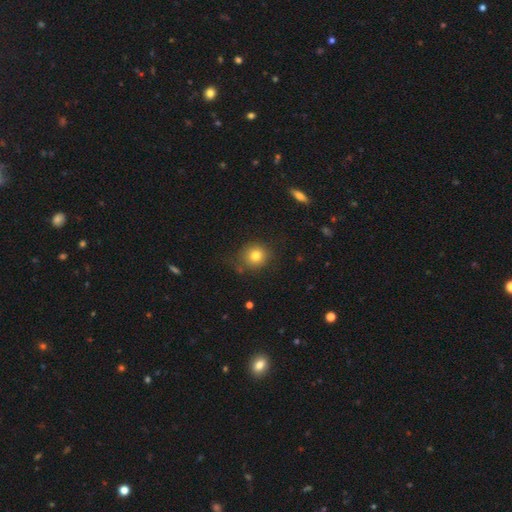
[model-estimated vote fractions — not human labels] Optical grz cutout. It shows a smooth galaxy with no disk features (80%) that is round (87%). Merging: none (78%).